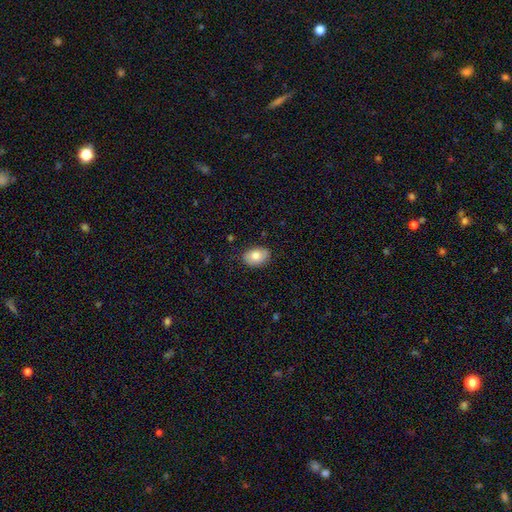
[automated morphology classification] smooth 79%, featured or disk 14%, star or artifact 7%. Down the decision tree: how rounded — in between (84%); merging — none (83%).